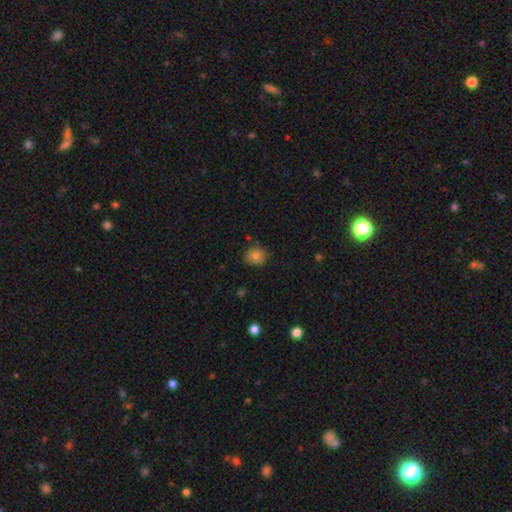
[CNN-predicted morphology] A smooth galaxy with no disk features (82%) that is round (85%). Merging: none (83%).